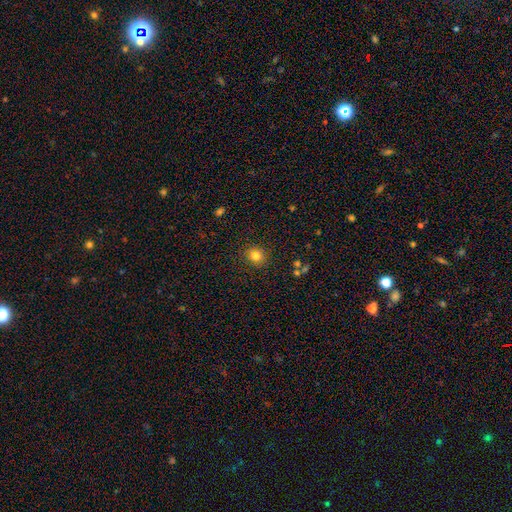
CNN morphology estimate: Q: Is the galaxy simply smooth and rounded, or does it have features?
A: smooth — 81%.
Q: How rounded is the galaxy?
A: round — 84%.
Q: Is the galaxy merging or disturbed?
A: none — 89%.